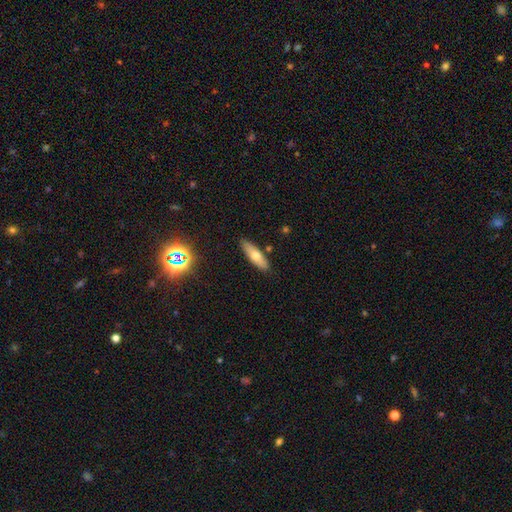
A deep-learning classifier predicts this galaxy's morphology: A smooth galaxy with no disk features (62%) that is cigar-shaped (55%).

Vote fractions:
- Smooth or featured? smooth: 62% / featured or disk: 31% / star or artifact: 8%
- How rounded? cigar-shaped: 55% / in between: 43% / round: 2%
- Merging? none: 86% / minor disturbance: 9% / merger: 3% / major disturbance: 2%